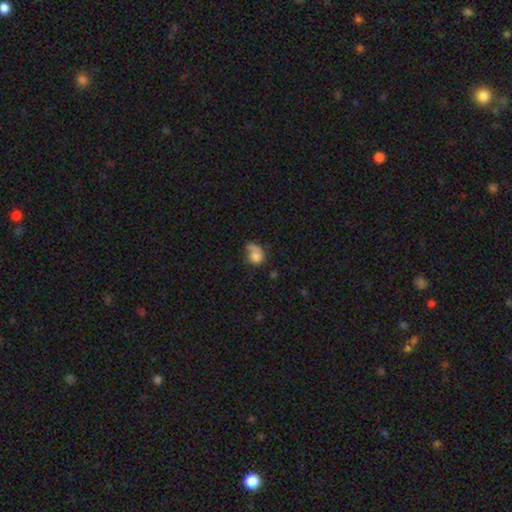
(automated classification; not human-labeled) This is likely a smooth galaxy (70%). How rounded: possibly round (60%). Merging: marginally none (35%).